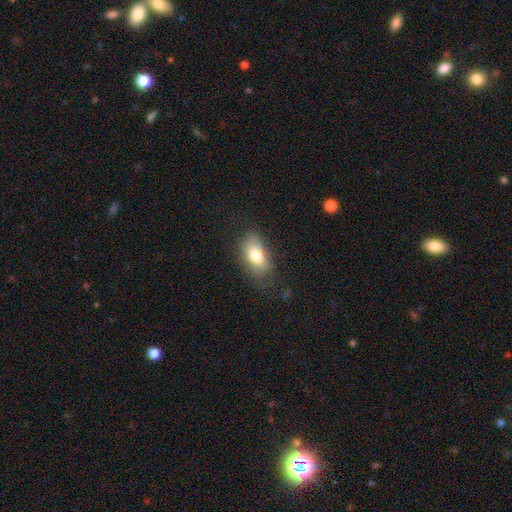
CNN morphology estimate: This appears to be a smooth galaxy with no disk features (76%) that is in between round and cigar-shaped (88%). Merging: none (72%).